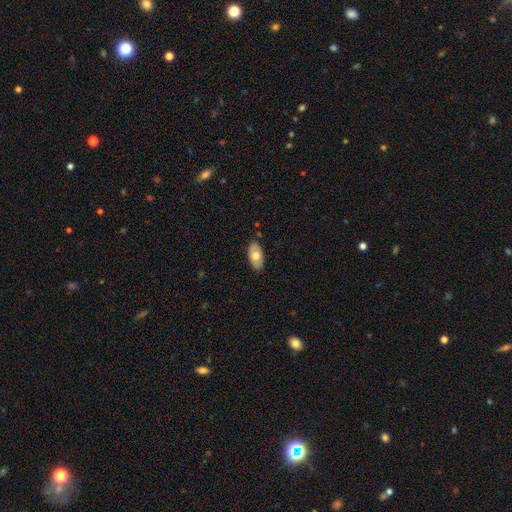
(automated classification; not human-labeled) smooth 62%, featured or disk 32%, star or artifact 6%. Down the decision tree: how rounded — in between (94%); merging — none (85%).